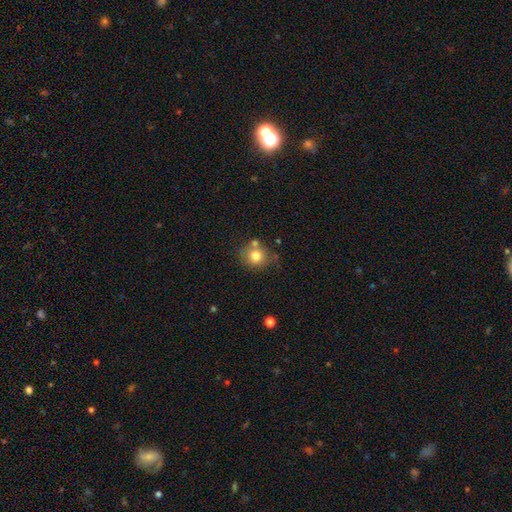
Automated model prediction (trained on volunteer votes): A smooth galaxy with no disk features (78%) that is round (83%).

Vote fractions:
- Smooth or featured? smooth: 78% / featured or disk: 11% / star or artifact: 11%
- How rounded? round: 83% / in between: 16% / cigar-shaped: 1%
- Merging? none: 66% / merger: 16% / minor disturbance: 14% / major disturbance: 4%